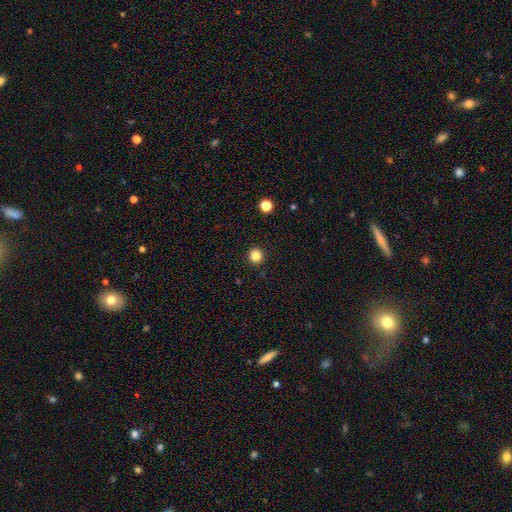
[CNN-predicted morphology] Q: Smooth or featured?
A: smooth (84%); runner-up: star or artifact (12%)
Q: How rounded?
A: round (95%); runner-up: in between (4%)
Q: Merging?
A: none (93%); runner-up: minor disturbance (4%)